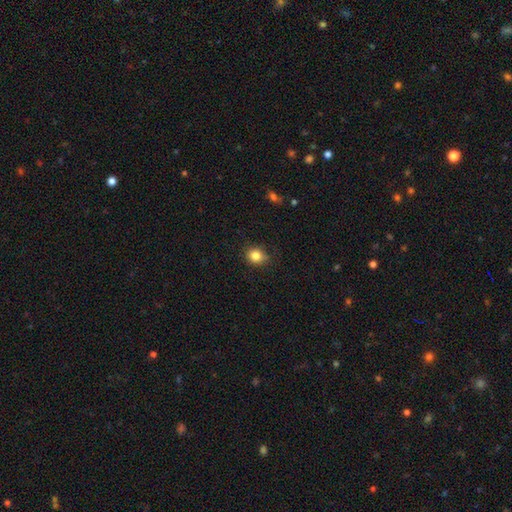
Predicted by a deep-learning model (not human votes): smooth 83%, star or artifact 11%, featured or disk 5%. Down the decision tree: how rounded — round (74%); merging — none (82%).